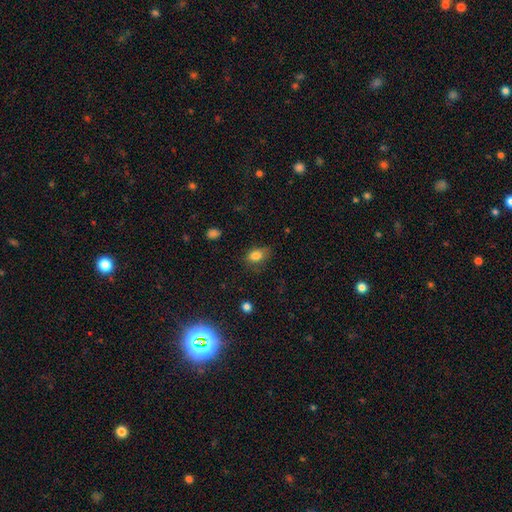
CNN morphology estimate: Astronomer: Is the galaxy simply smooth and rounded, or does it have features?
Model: smooth — 82%.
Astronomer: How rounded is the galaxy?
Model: in between — 79%.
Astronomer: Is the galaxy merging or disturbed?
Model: none — 65%.